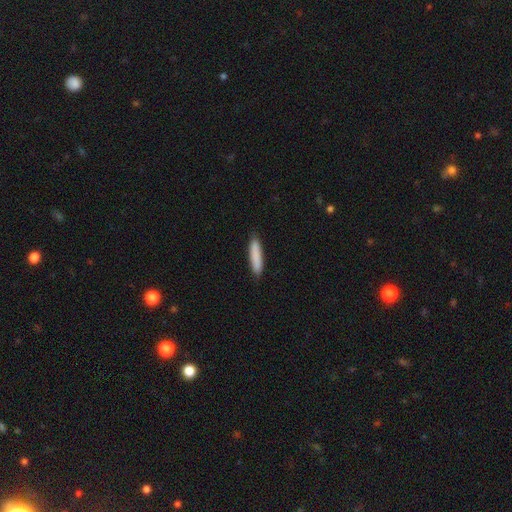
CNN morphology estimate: This appears to be a smooth galaxy with no disk features (86%) that is cigar-shaped (85%). Merging: none (87%).